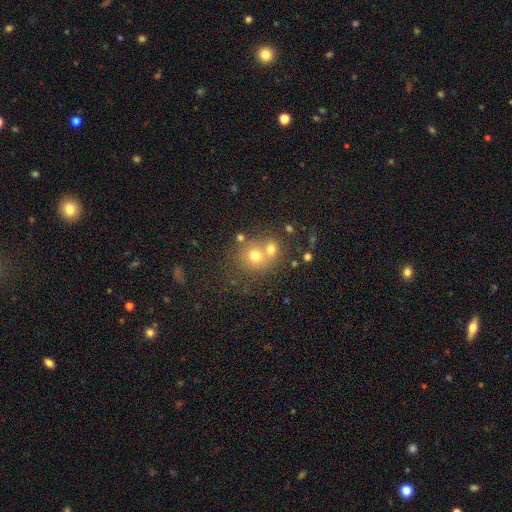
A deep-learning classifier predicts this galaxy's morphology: smooth-or-featured: smooth: 67% | featured or disk: 18% | star or artifact: 15%
  how-rounded: round: 80% | in between: 19% | cigar-shaped: 1%
  merging: merger: 44% (tied) | none: 44% (tied) | minor disturbance: 8% | major disturbance: 4%